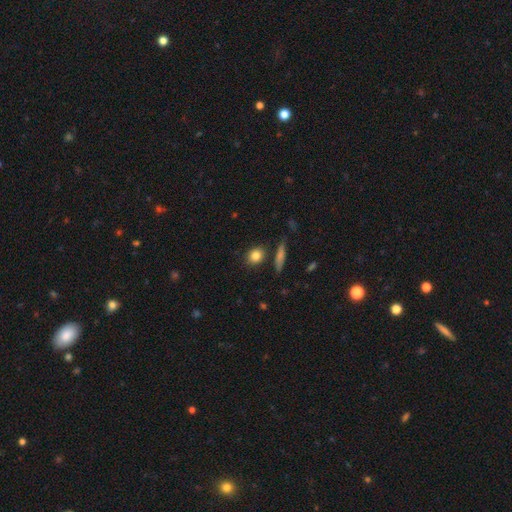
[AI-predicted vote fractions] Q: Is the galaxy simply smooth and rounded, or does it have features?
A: smooth — 83%.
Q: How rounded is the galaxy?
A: round — 68%.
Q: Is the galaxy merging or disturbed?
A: none — 82%.